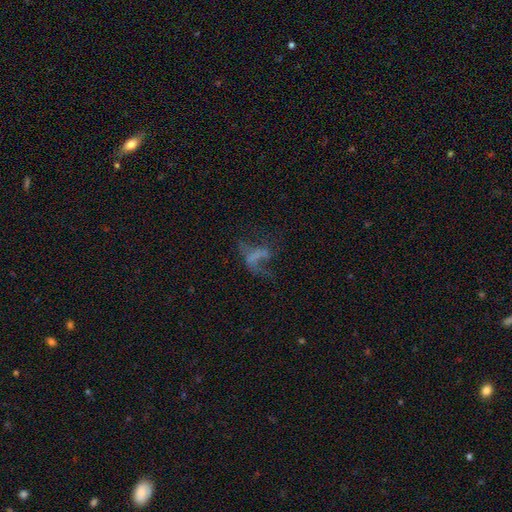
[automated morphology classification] The model was most divided on "smooth or featured": featured or disk: 47%, smooth: 29%, star or artifact: 24%. More confident: merging — major disturbance (51%).